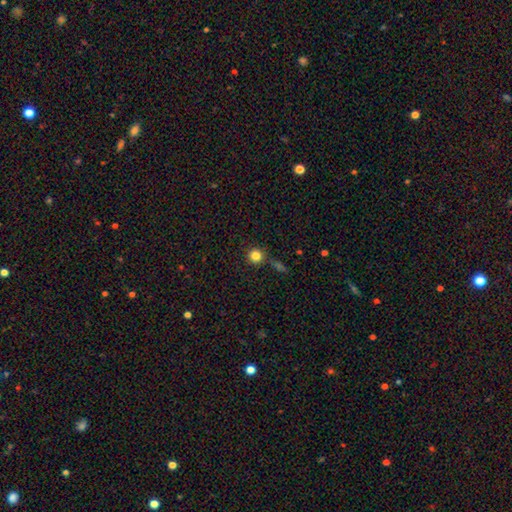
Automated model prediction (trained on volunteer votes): Smooth or featured: smooth — 82% (star or artifact — 12%)
How rounded: round — 94% (in between — 5%)
Merging: none — 81% (minor disturbance — 9%)